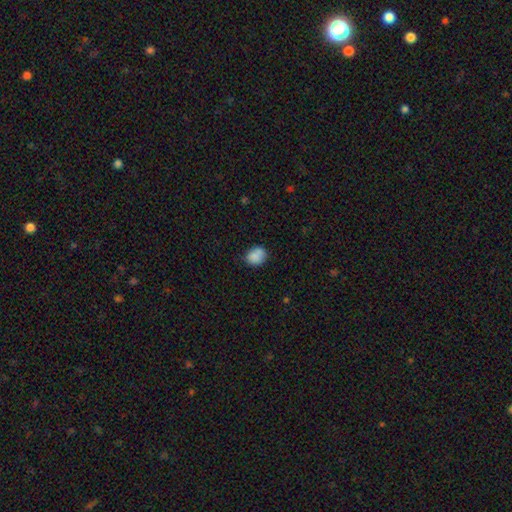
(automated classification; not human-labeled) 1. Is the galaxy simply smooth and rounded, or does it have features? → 83% smooth, 9% star or artifact, 8% featured or disk.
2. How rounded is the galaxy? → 56% round, 43% in between, 1% cigar-shaped.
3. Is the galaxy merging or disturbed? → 62% none, 22% minor disturbance, 11% merger, 5% major disturbance.